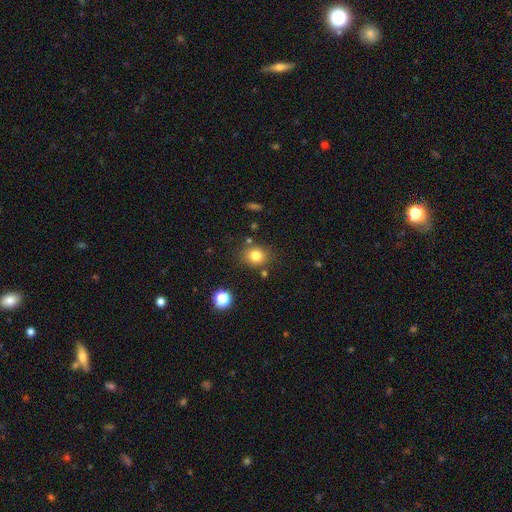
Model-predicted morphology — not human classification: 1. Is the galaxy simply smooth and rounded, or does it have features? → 80% smooth, 12% star or artifact, 8% featured or disk.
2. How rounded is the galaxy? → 66% round, 33% in between, 1% cigar-shaped.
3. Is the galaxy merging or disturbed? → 78% none, 12% minor disturbance, 6% merger, 4% major disturbance.